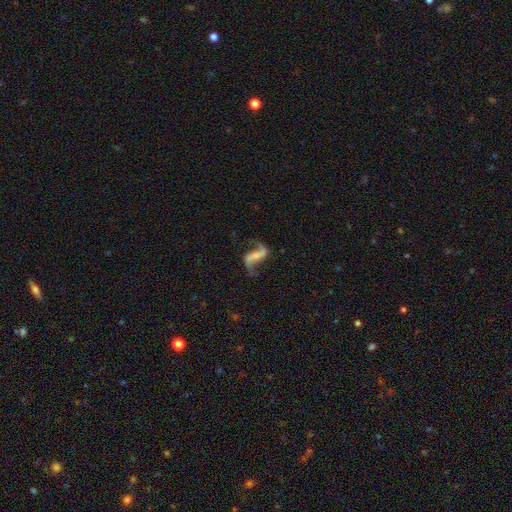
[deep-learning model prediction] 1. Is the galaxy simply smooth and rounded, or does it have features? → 87% featured or disk, 7% smooth, 6% star or artifact.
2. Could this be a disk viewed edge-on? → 97% no, 3% yes.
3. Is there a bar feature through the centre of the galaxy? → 43% strong, 32% weak, 25% no.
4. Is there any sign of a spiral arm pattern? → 95% yes, 5% no.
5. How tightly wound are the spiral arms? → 80% loose, 16% medium, 4% tight.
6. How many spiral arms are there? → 92% 2, 3% 1, 2% can't tell, 1% 3, 1% 4, 1% more than 4.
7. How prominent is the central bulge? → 53% small, 25% none, 18% moderate, 3% large, 2% dominant.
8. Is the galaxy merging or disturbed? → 70% none, 15% minor disturbance, 13% major disturbance, 2% merger.